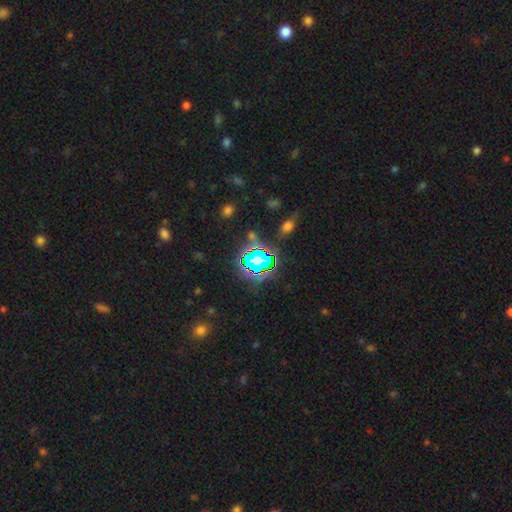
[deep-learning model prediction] star or artifact 66%, smooth 22%, featured or disk 12%.